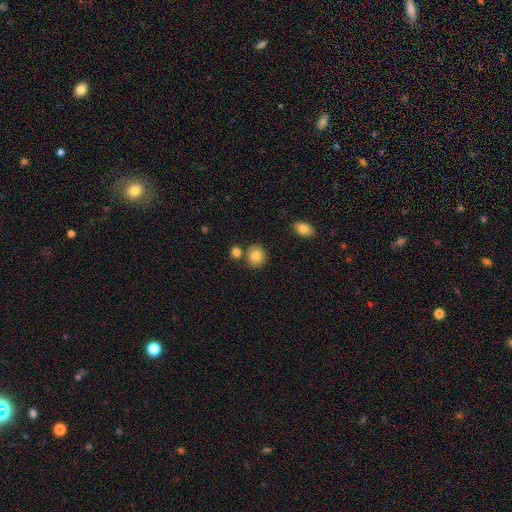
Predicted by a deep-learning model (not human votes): smooth 84%, star or artifact 9%, featured or disk 7%. Down the decision tree: how rounded — round (79%); merging — none (76%).